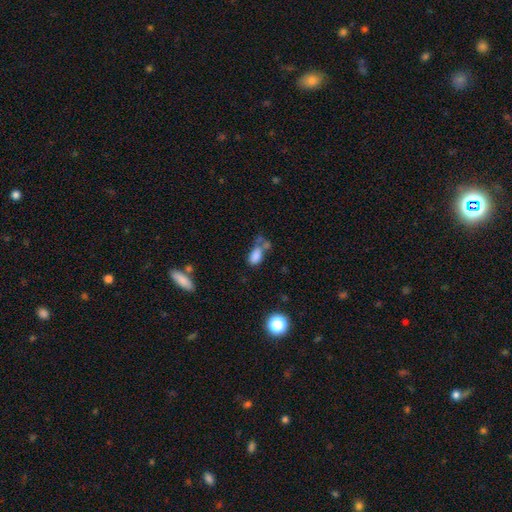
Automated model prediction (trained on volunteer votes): smooth-or-featured: smooth: 78% | star or artifact: 12% | featured or disk: 10%
  how-rounded: in between: 88% | round: 8% | cigar-shaped: 4%
  merging: merger: 32% (tied) | none: 32% (tied) | minor disturbance: 19% | major disturbance: 17%